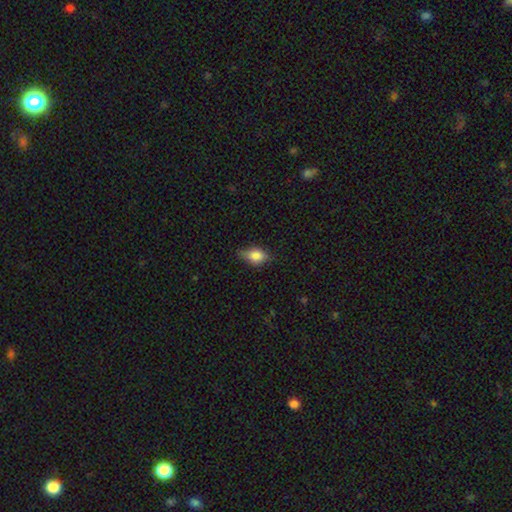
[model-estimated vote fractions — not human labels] smooth 74%, featured or disk 17%, star or artifact 9%. Down the decision tree: how rounded — in between (79%); merging — none (66%).